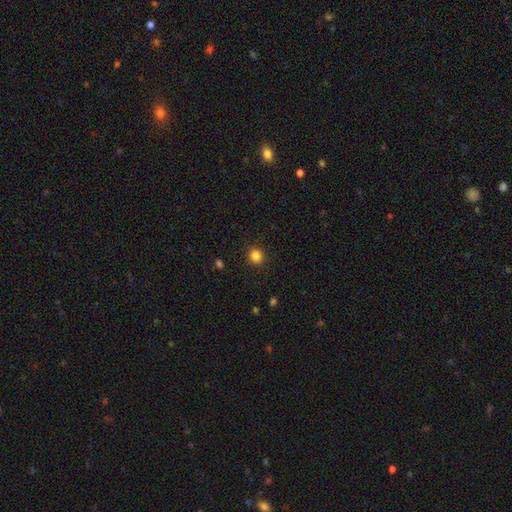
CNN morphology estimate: This is clearly a smooth galaxy (84%). How rounded: clearly round (87%). Merging: clearly none (91%).